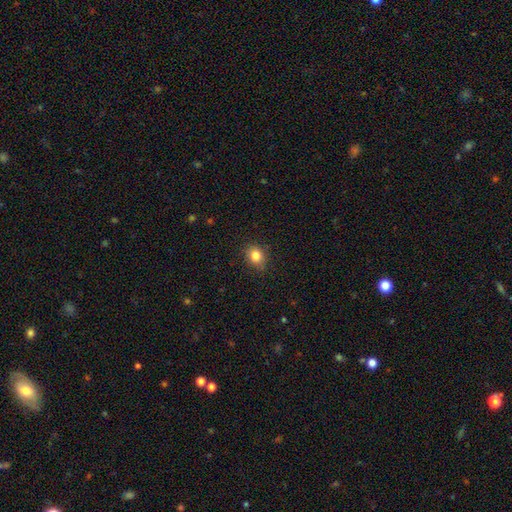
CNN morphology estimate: A smooth galaxy with no disk features (83%) that is round (56%). Merging: none (85%).